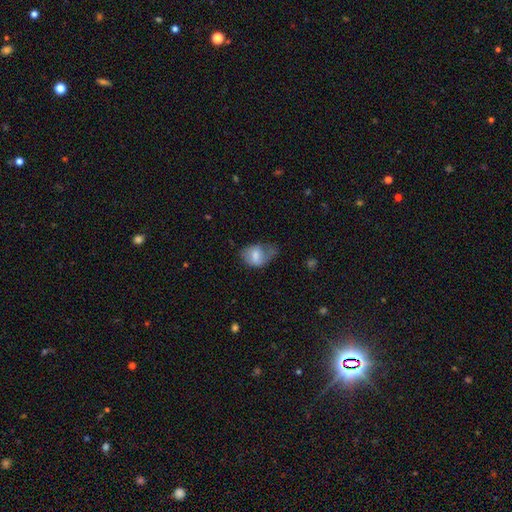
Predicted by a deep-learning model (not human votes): This is likely a smooth galaxy (66%). How rounded: likely in between (74%). Merging: marginally minor disturbance (37%).